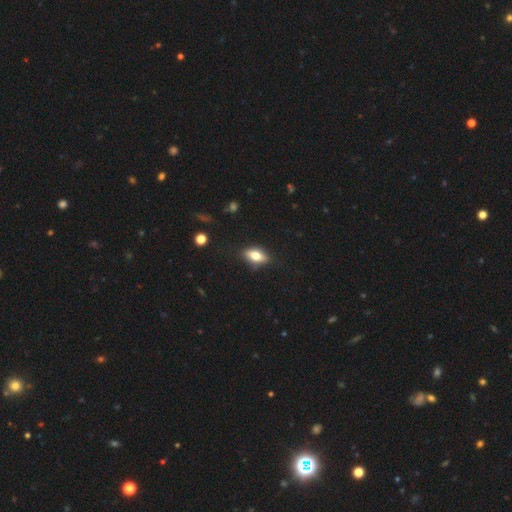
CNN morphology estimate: type=smooth (70%); roundness=in between (84%); merging=none (82%).